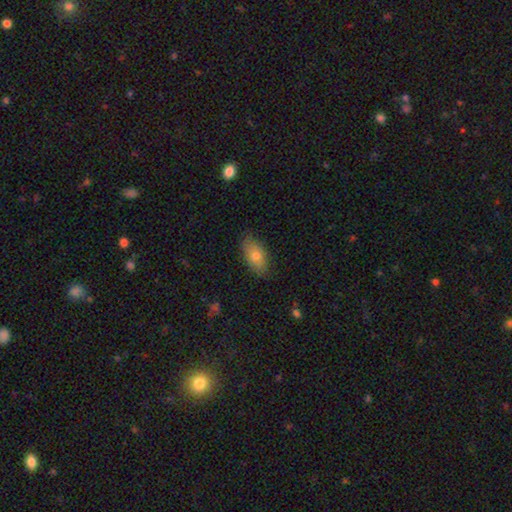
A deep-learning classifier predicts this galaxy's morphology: smooth-or-featured: smooth: 75% | featured or disk: 18% | star or artifact: 7%
  how-rounded: in between: 91% | round: 5% | cigar-shaped: 4%
  merging: none: 79% | minor disturbance: 16% | major disturbance: 3% | merger: 1%